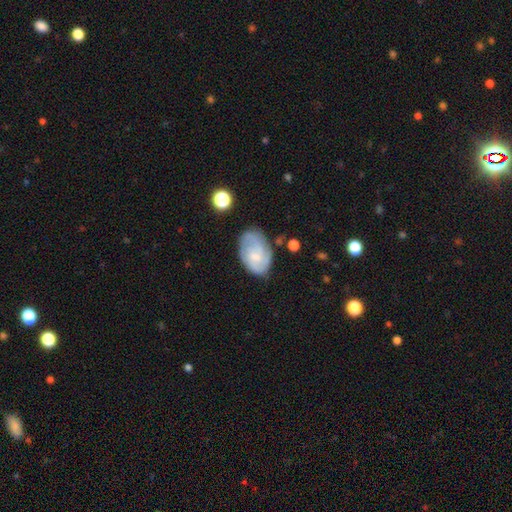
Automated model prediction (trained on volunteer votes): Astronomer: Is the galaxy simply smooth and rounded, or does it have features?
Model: featured or disk — 65%.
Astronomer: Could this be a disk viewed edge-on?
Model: no — 97%.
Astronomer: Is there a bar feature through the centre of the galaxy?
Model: no — 59% (runner-up: weak, 36%).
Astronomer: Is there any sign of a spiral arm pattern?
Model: yes — 90%.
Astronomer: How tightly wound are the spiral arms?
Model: tight — 48% (runner-up: medium, 39%).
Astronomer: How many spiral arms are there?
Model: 2 — 35% (runner-up: can't tell, 30%).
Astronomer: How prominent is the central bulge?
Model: small — 55%.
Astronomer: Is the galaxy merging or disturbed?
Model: none — 67%.